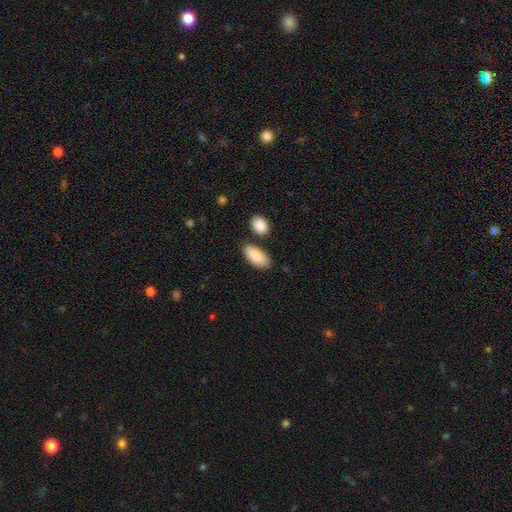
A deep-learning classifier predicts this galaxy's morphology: Smooth or featured?
  - smooth: 88% *
  - featured or disk: 7%
  - star or artifact: 6%
How rounded?
  - in between: 91% *
  - cigar-shaped: 7%
  - round: 2%
Merging?
  - none: 73% *
  - minor disturbance: 15%
  - merger: 9%
  - major disturbance: 3%